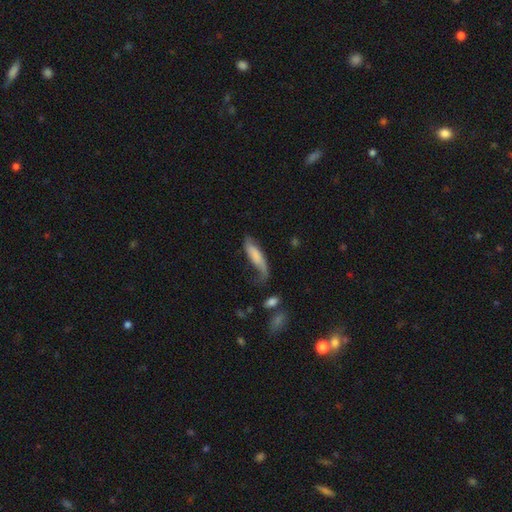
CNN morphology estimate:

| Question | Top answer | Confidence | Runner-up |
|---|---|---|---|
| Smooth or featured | smooth | 61% | featured or disk (32%) |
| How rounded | cigar-shaped | 57% | in between (40%) |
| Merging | none | 36% | minor disturbance (31%) |